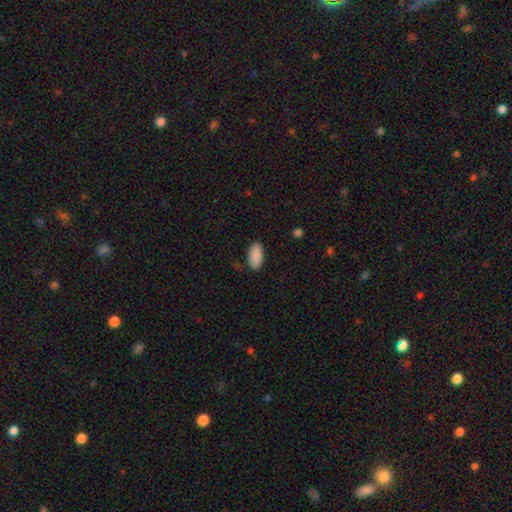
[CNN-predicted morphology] A smooth galaxy with no disk features (90%) that is in between round and cigar-shaped (92%). Merging: none (86%).